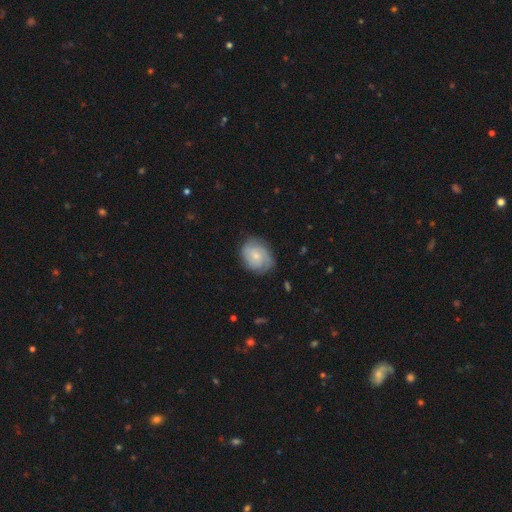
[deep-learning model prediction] Smooth or featured? Predicted: featured or disk (p=0.48). Merging? Predicted: none (p=0.73).